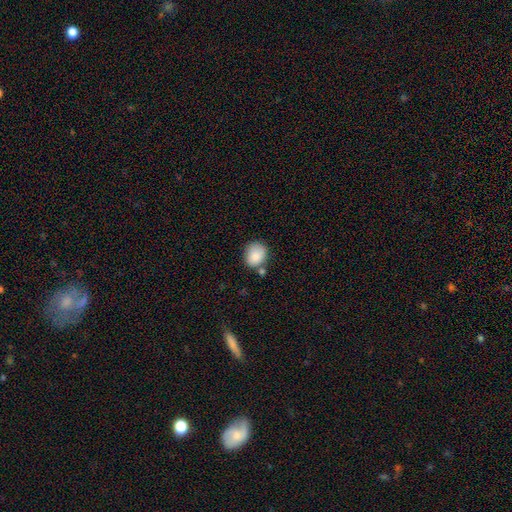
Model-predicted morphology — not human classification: smooth_or_featured: smooth (p=0.85) [alt: star or artifact p=0.08]
how_rounded: round (p=0.60) [alt: in between p=0.39]
merging: none (p=0.61) [alt: minor disturbance p=0.21]